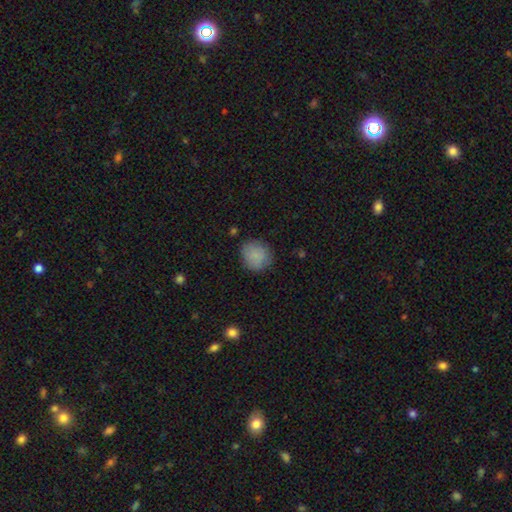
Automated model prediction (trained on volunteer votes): Morphology: type=smooth (85%); roundness=round (82%); merging=none (80%).